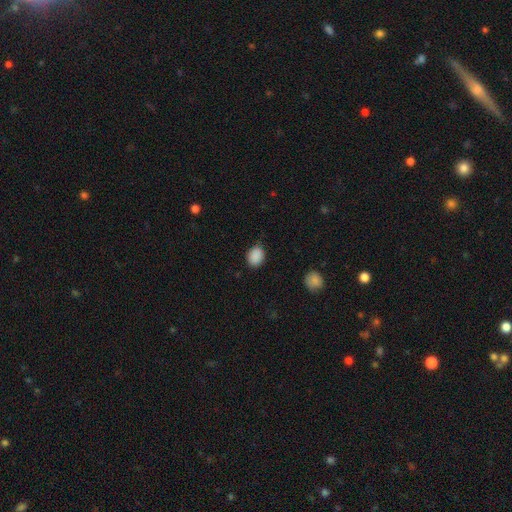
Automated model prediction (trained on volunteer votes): The model was most divided on "how rounded": in between: 55%, round: 44%, cigar-shaped: 1%. More confident: smooth or featured — smooth (89%); merging — none (84%).